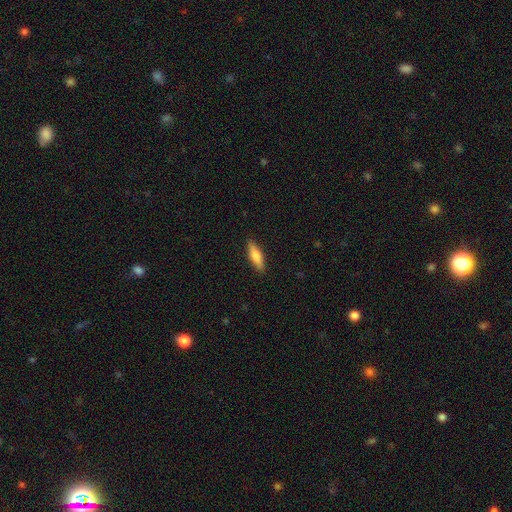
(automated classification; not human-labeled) This appears to be a smooth galaxy with no disk features (72%) that is cigar-shaped (58%). Merging: none (89%).